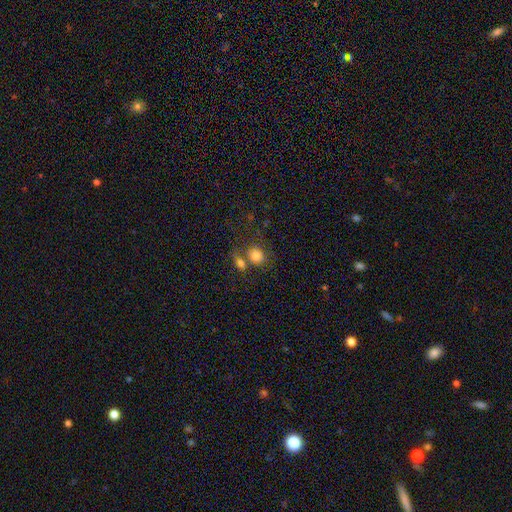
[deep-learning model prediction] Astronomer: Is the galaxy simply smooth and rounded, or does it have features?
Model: smooth — 82%.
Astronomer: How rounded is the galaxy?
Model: round — 69%.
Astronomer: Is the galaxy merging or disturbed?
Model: none — 49% (runner-up: merger, 33%).